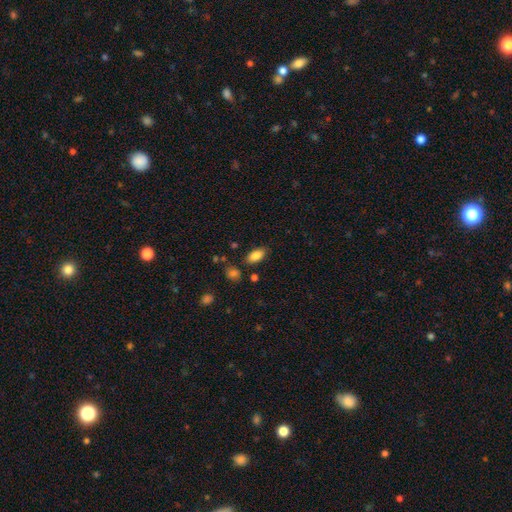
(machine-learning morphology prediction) type=smooth (85%); roundness=in between (91%); merging=none (81%).